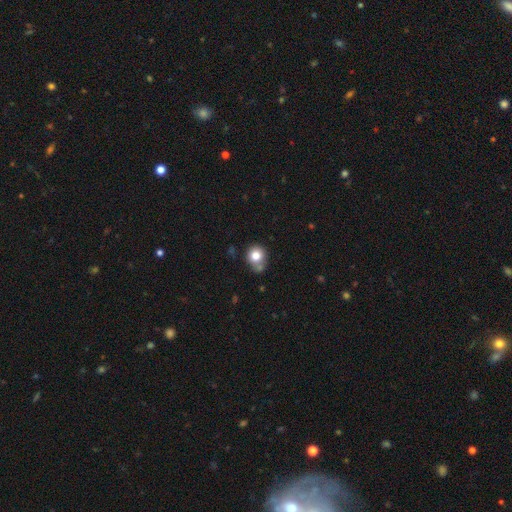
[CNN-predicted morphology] This is likely a smooth galaxy (79%). How rounded: clearly round (84%). Merging: likely none (62%).